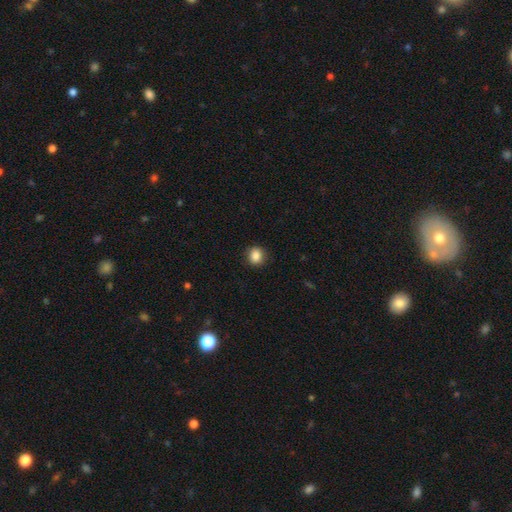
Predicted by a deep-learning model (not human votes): Q: Smooth or featured?
A: smooth (86%); runner-up: star or artifact (9%)
Q: How rounded?
A: round (72%); runner-up: in between (27%)
Q: Merging?
A: none (87%); runner-up: minor disturbance (10%)